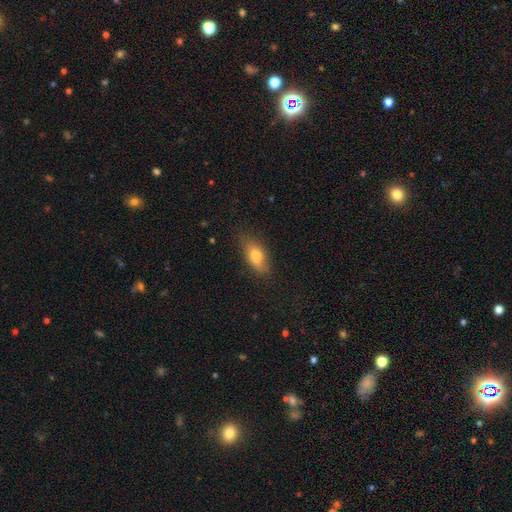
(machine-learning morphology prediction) smooth 74%, featured or disk 18%, star or artifact 8%. Down the decision tree: how rounded — in between (83%); merging — none (73%).